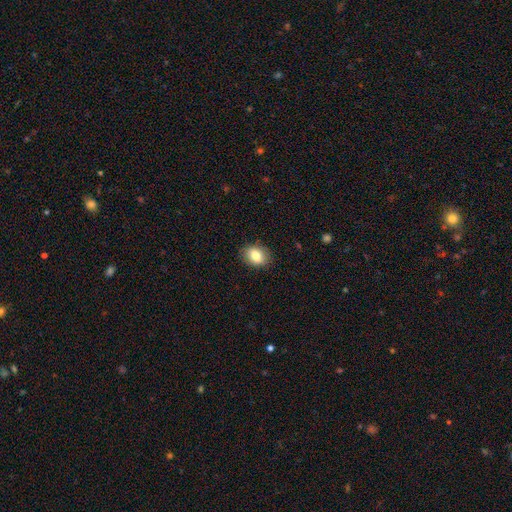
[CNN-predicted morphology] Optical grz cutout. It shows a smooth galaxy with no disk features (81%) that is in between round and cigar-shaped (64%). Merging: none (87%).